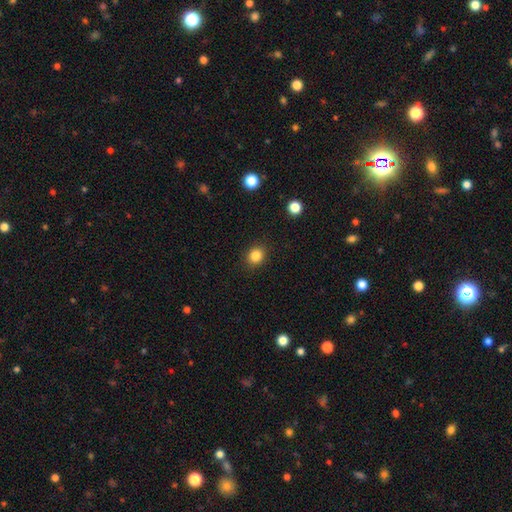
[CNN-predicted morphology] smooth_or_featured: smooth (p=0.85) [alt: star or artifact p=0.11]
how_rounded: round (p=0.70) [alt: in between p=0.29]
merging: none (p=0.89) [alt: minor disturbance p=0.08]